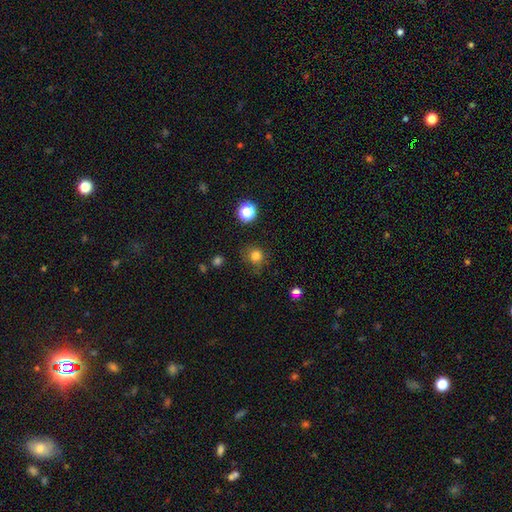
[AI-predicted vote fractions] Smooth or featured?
  - smooth: 79% *
  - star or artifact: 15%
  - featured or disk: 6%
How rounded?
  - round: 87% *
  - in between: 12%
  - cigar-shaped: 1%
Merging?
  - none: 70% *
  - minor disturbance: 20%
  - major disturbance: 7%
  - merger: 3%